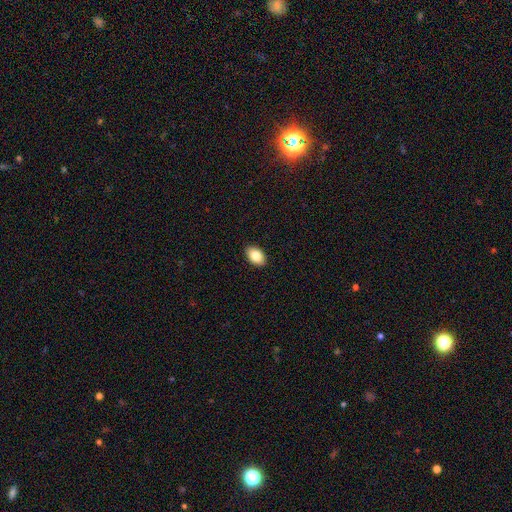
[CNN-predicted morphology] Overall: smooth (83%). How rounded: in between (90%). Merging: none (90%).